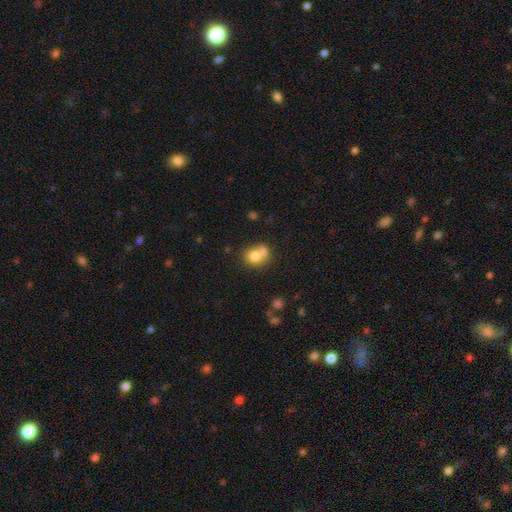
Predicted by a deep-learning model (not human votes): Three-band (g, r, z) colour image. It shows a smooth galaxy with no disk features (75%) that is round (67%). Merging: merger (45%).